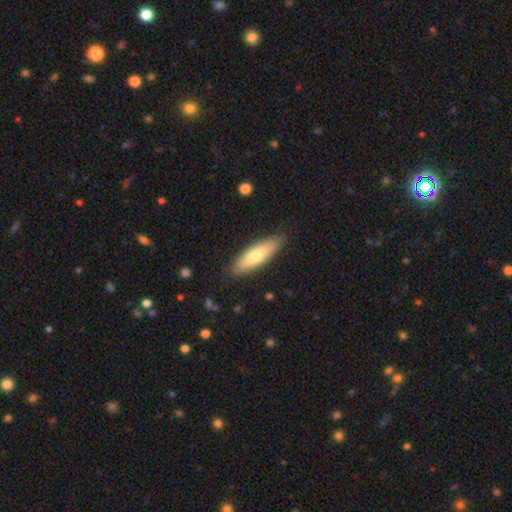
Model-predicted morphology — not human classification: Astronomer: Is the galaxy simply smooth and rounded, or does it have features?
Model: smooth — 65%.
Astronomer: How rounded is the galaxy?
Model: cigar-shaped — 53% (runner-up: in between, 45%).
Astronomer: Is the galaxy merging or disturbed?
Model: none — 88%.